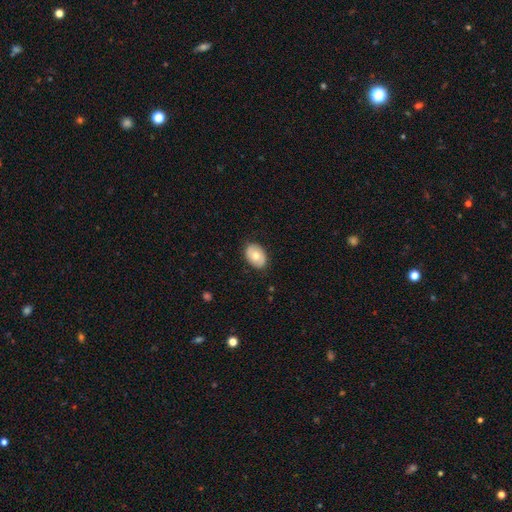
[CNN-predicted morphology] This appears to be a smooth galaxy with no disk features (67%) that is in between round and cigar-shaped (81%). Merging: none (85%).